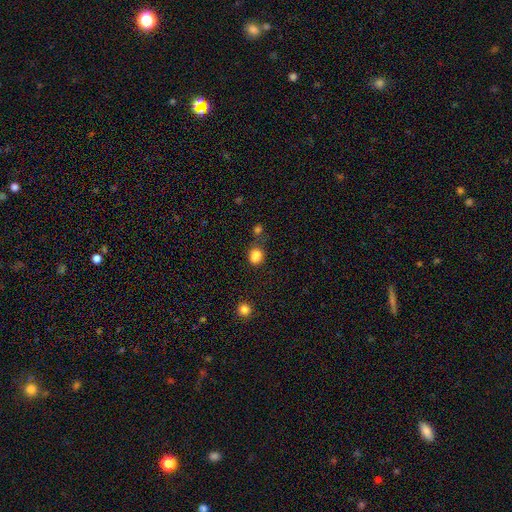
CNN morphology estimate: type=smooth (83%); roundness=round (53%); merging=none (63%).